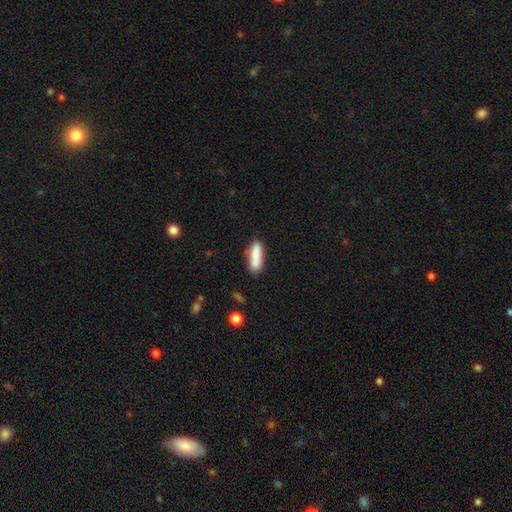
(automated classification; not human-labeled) Smooth or featured? smooth (86%)
How rounded? cigar-shaped (52%)
Merging? none (80%)